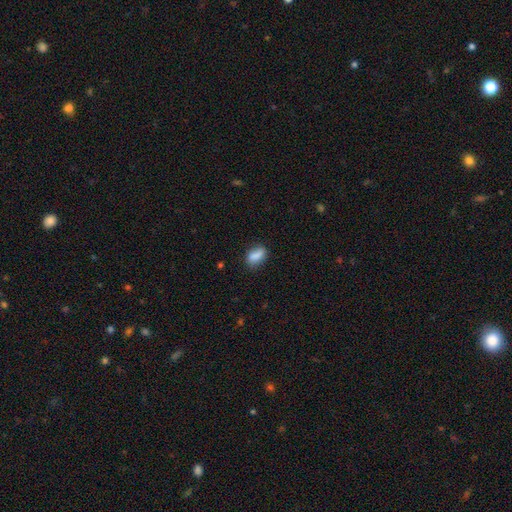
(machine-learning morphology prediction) A smooth galaxy with no disk features (84%) that is in between round and cigar-shaped (84%). Merging: none (74%).